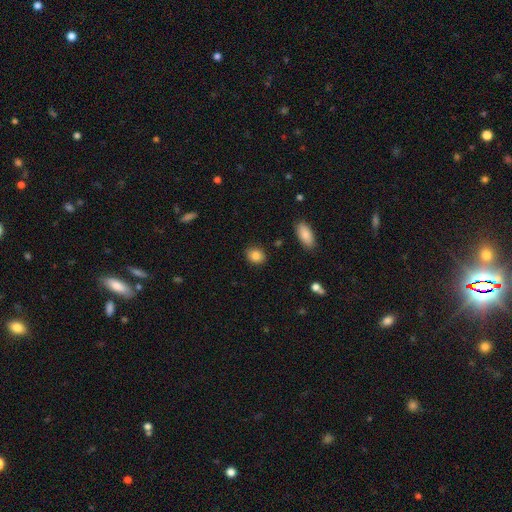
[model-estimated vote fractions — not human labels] A smooth galaxy with no disk features (84%) that is round (62%).

Vote fractions:
- Smooth or featured? smooth: 84% / star or artifact: 9% / featured or disk: 7%
- How rounded? round: 62% / in between: 37% / cigar-shaped: 1%
- Merging? none: 89% / minor disturbance: 8% / major disturbance: 2% / merger: 2%